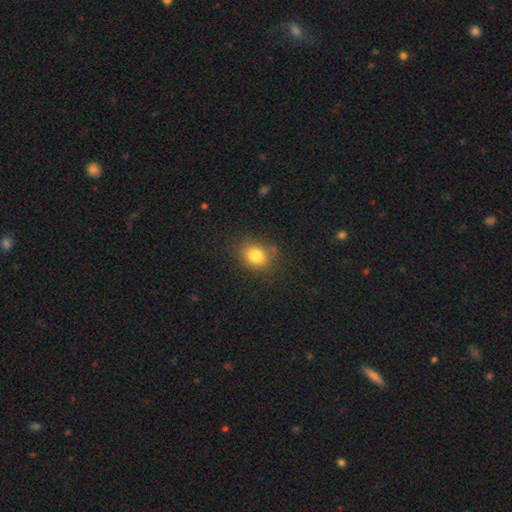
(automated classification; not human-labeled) This is likely a smooth galaxy (80%). How rounded: possibly round (56%). Merging: likely none (78%).